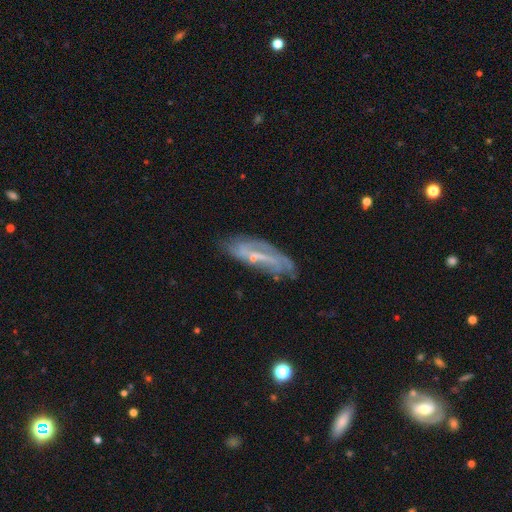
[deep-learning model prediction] Smooth or featured: featured or disk — 70% (smooth — 21%)
Edge-on disk: no — 76% (yes — 24%)
Bar: weak — 40% (no — 34%)
Spiral arms: yes — 73% (no — 27%)
Bulge size: small — 61% (moderate — 22%)
Merging: none — 60% (minor disturbance — 23%)